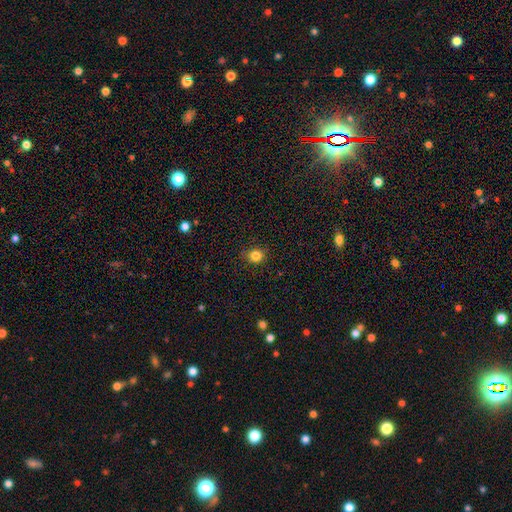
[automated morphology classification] smooth 83%, star or artifact 12%, featured or disk 5%. Down the decision tree: how rounded — round (79%); merging — none (87%).